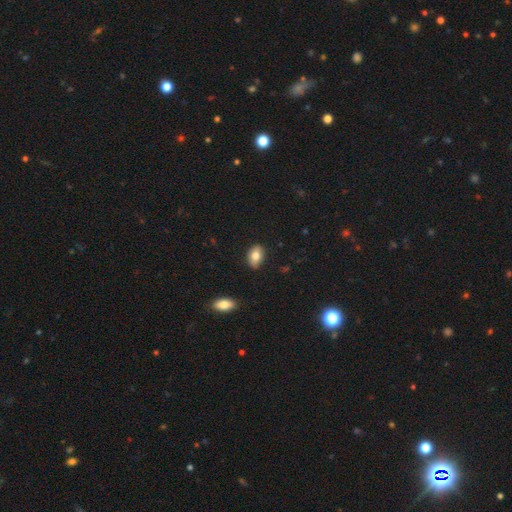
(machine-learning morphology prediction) This appears to be a smooth galaxy with no disk features (80%) that is in between round and cigar-shaped (86%). Merging: none (86%).